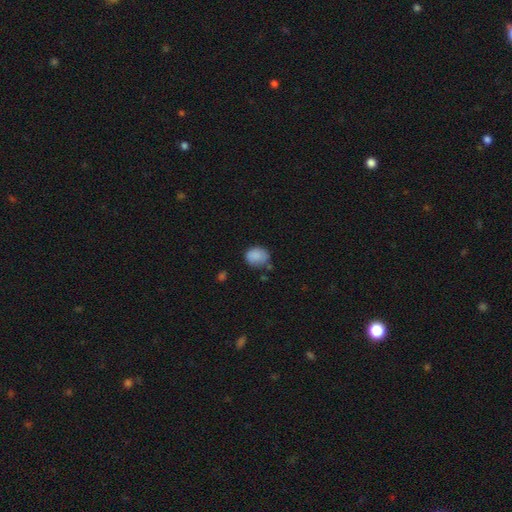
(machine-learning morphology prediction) smooth_or_featured: smooth (p=0.86) [alt: star or artifact p=0.08]
how_rounded: round (p=0.61) [alt: in between p=0.38]
merging: none (p=0.63) [alt: minor disturbance p=0.25]